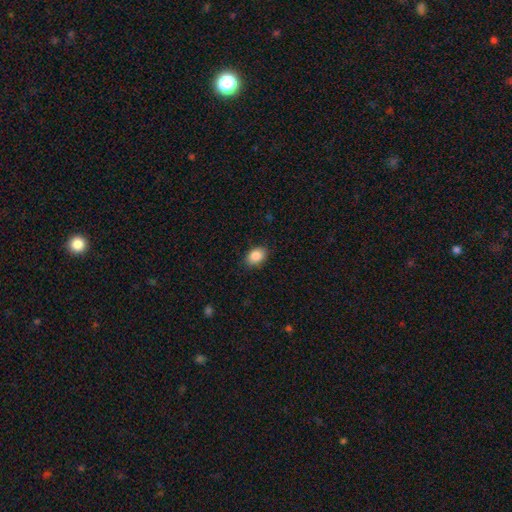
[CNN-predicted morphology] Overall: smooth (87%). How rounded: in between (77%). Merging: none (88%).